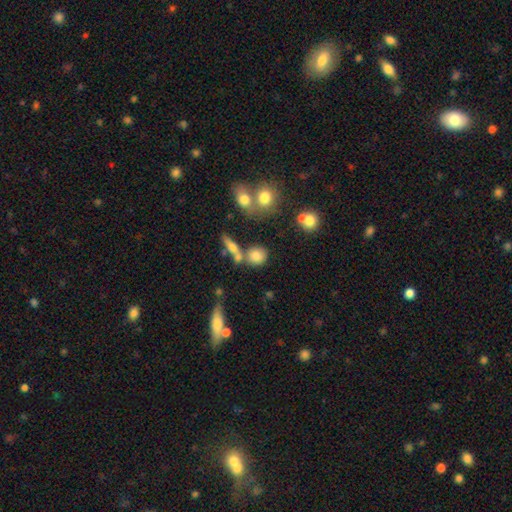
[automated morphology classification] type=smooth (74%); roundness=round (71%); merging=none (60%).